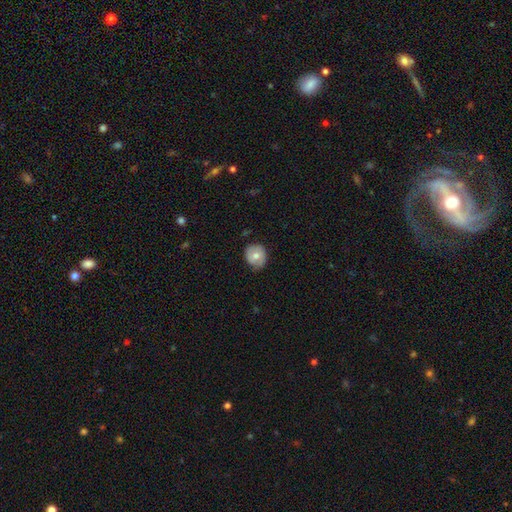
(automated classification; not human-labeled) smooth 63%, featured or disk 30%, star or artifact 7%. Down the decision tree: how rounded — round (79%); merging — none (73%).